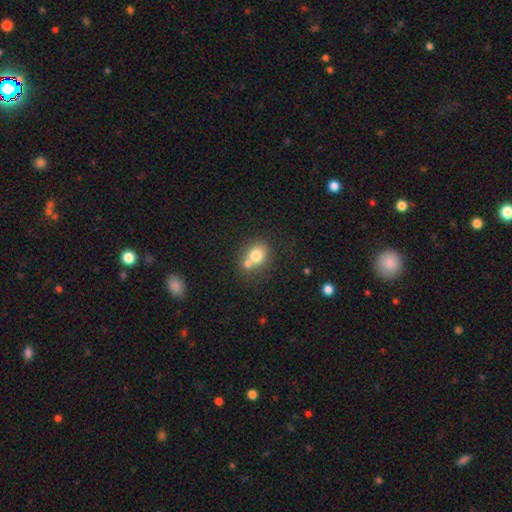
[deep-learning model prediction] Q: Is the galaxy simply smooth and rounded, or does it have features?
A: smooth — 75%.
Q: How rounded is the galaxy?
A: round — 68%.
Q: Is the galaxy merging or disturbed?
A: none — 44%.